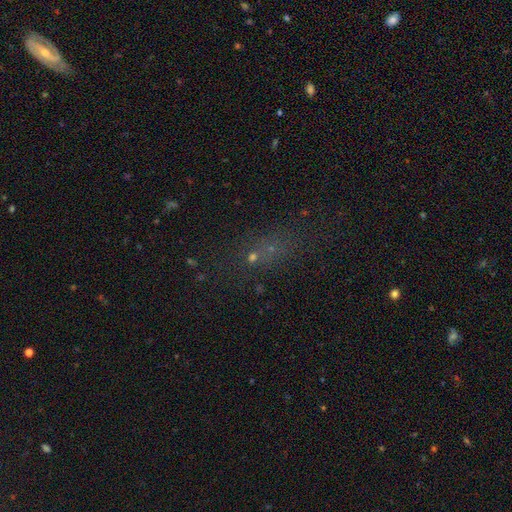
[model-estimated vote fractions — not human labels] star or artifact 44%, smooth 40%, featured or disk 17%.